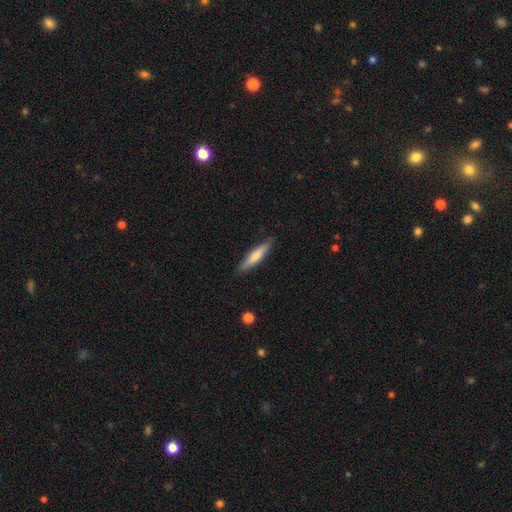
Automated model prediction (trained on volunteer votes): Smooth or featured? Predicted: smooth (p=0.63). How rounded? Predicted: cigar-shaped (p=0.86). Merging? Predicted: none (p=0.87).